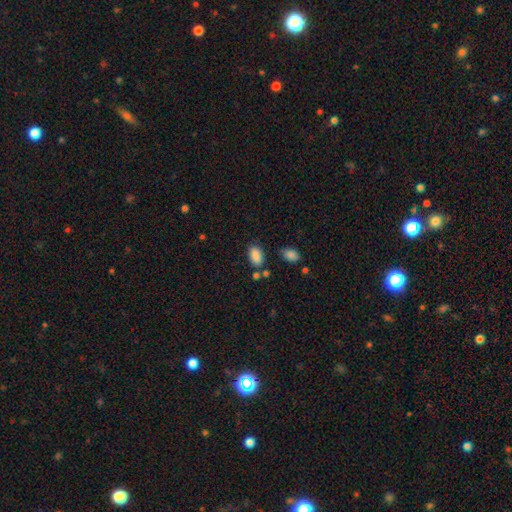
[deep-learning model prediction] Overall: smooth (87%). How rounded: in between (91%). Merging: none (73%).